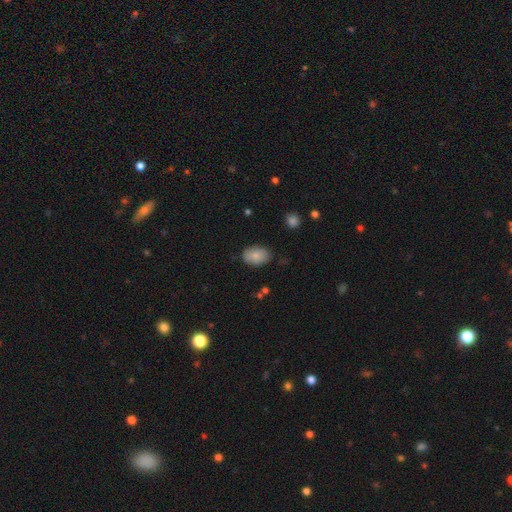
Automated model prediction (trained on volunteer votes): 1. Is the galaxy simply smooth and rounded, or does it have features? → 84% smooth, 9% featured or disk, 7% star or artifact.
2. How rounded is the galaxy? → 88% in between, 11% round, 1% cigar-shaped.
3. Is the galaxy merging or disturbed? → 82% none, 14% minor disturbance, 3% major disturbance, 1% merger.